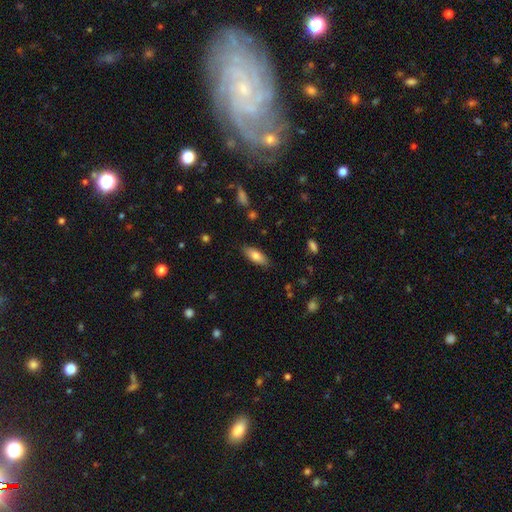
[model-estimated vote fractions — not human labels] Smooth or featured?
  - smooth: 76% *
  - featured or disk: 17%
  - star or artifact: 7%
How rounded?
  - in between: 73% *
  - cigar-shaped: 25%
  - round: 2%
Merging?
  - none: 85% *
  - minor disturbance: 11%
  - major disturbance: 2%
  - merger: 1%